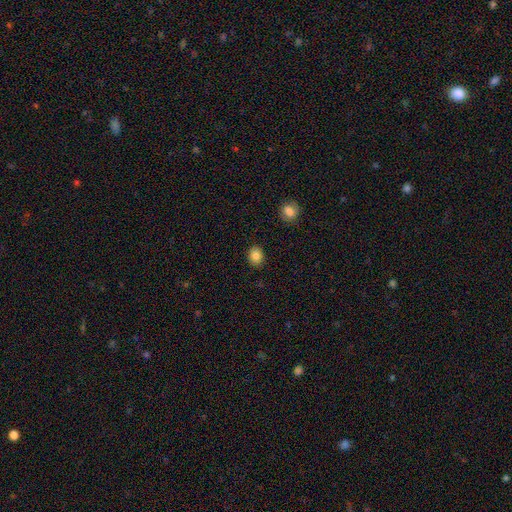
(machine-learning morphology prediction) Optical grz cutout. It shows a smooth galaxy with no disk features (85%) that is round (53%). Merging: none (90%).